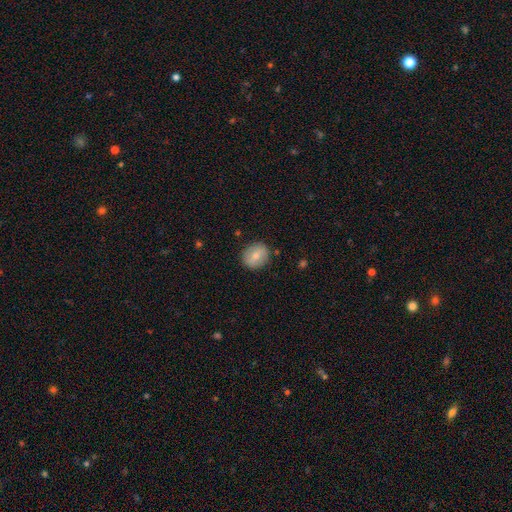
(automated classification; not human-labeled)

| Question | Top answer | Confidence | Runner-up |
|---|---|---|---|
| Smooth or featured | smooth | 75% | featured or disk (18%) |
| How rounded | round | 68% | in between (31%) |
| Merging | none | 85% | minor disturbance (11%) |